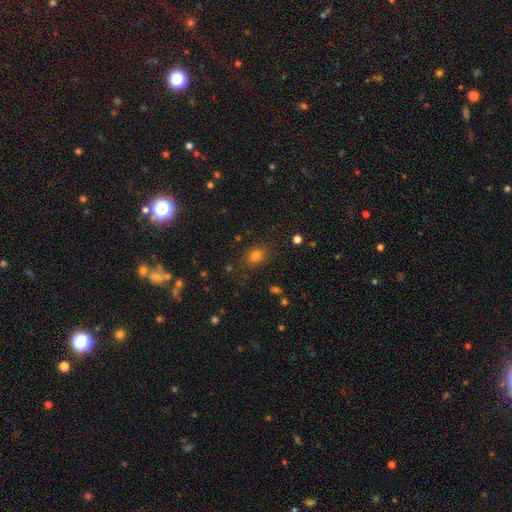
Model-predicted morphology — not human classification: A smooth galaxy with no disk features (78%) that is round (55%). Merging: none (79%).